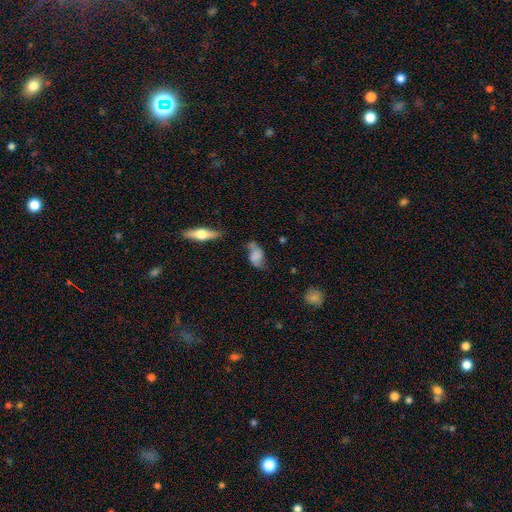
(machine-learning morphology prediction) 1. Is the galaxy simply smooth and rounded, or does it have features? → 46% smooth, 44% featured or disk, 9% star or artifact.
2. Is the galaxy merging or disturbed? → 54% none, 30% minor disturbance, 12% major disturbance, 5% merger.